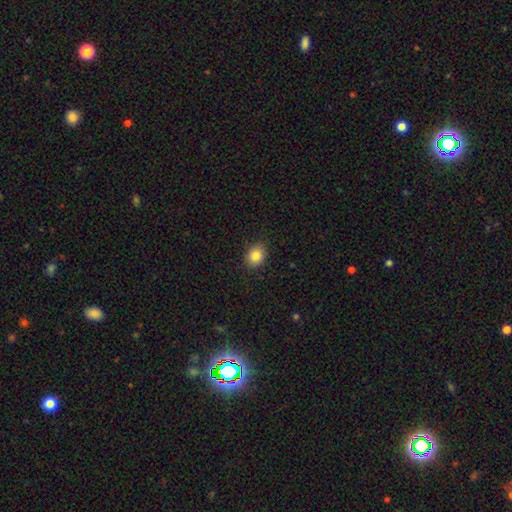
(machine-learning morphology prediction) type=smooth (85%); roundness=round (54%); merging=none (88%).